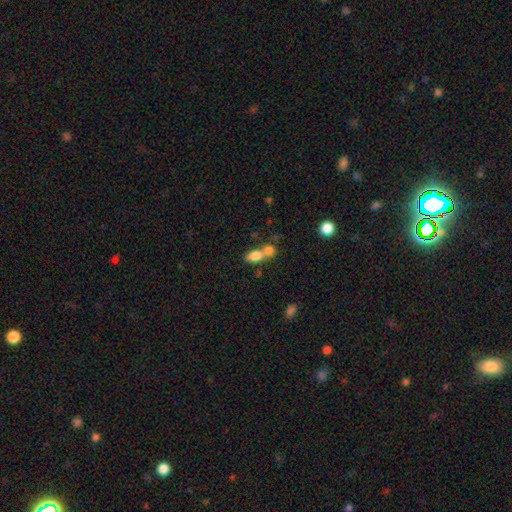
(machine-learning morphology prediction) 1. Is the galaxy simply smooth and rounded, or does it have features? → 80% smooth, 11% featured or disk, 9% star or artifact.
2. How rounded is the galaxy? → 81% in between, 14% round, 5% cigar-shaped.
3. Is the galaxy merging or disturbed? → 61% merger, 27% none, 7% minor disturbance, 4% major disturbance.